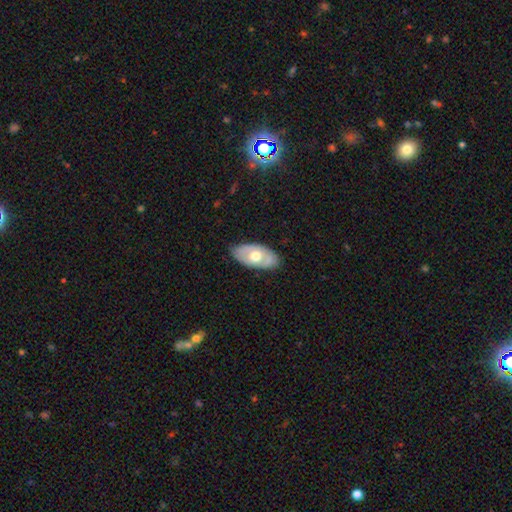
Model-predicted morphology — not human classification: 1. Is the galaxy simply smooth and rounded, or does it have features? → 49% smooth, 46% featured or disk, 5% star or artifact.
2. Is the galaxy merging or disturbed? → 77% none, 18% minor disturbance, 4% major disturbance, 1% merger.